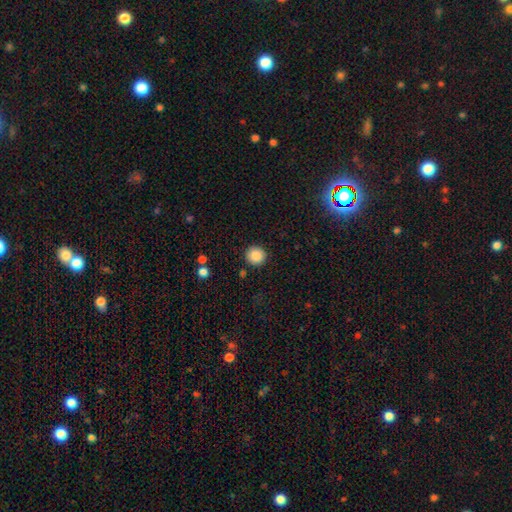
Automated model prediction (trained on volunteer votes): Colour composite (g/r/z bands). It shows a smooth galaxy with no disk features (87%) that is round (90%). Merging: none (89%).